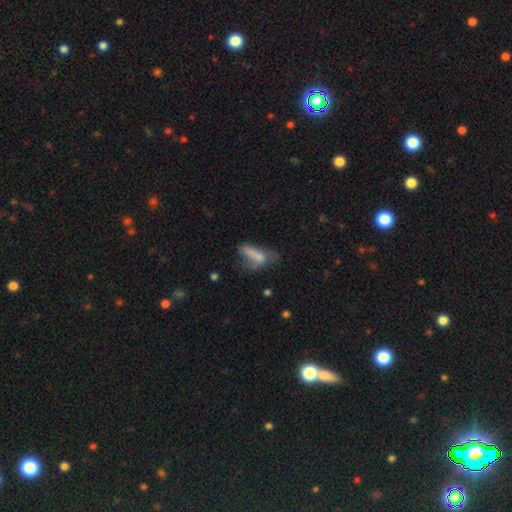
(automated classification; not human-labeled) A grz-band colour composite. It shows a smooth galaxy with no disk features (61%) that is in between round and cigar-shaped (77%). Merging: major disturbance (38%).